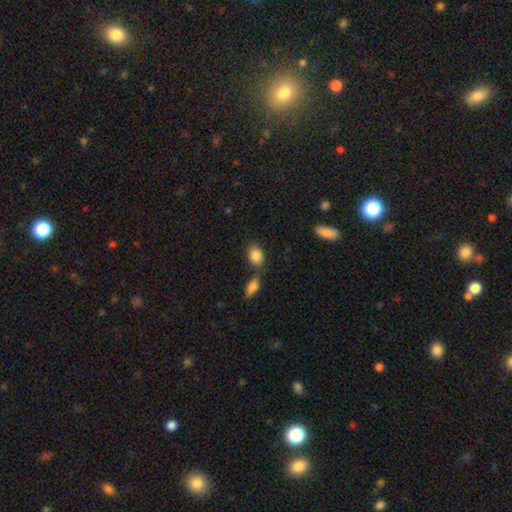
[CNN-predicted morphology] type=smooth (86%); roundness=in between (74%); merging=none (53%).